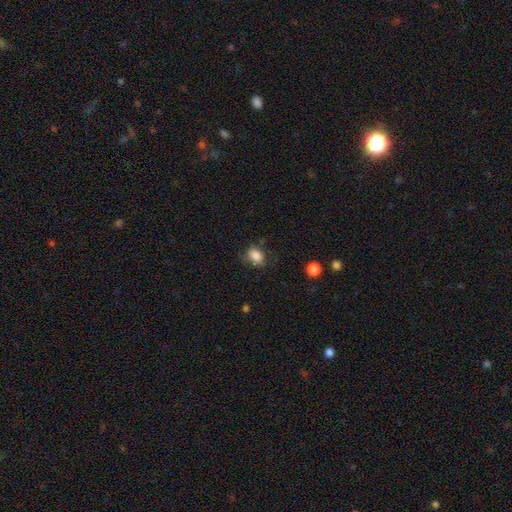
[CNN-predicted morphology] Q: Smooth or featured?
A: smooth (85%); runner-up: star or artifact (9%)
Q: How rounded?
A: in between (66%); runner-up: round (33%)
Q: Merging?
A: none (73%); runner-up: minor disturbance (20%)